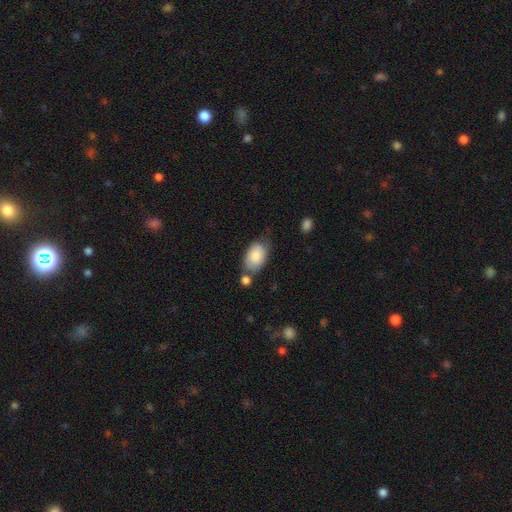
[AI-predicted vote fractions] smooth-or-featured: smooth: 82% | featured or disk: 11% | star or artifact: 6%
  how-rounded: in between: 91% | round: 8% | cigar-shaped: 2%
  merging: none: 52% | minor disturbance: 26% | merger: 14% | major disturbance: 8%